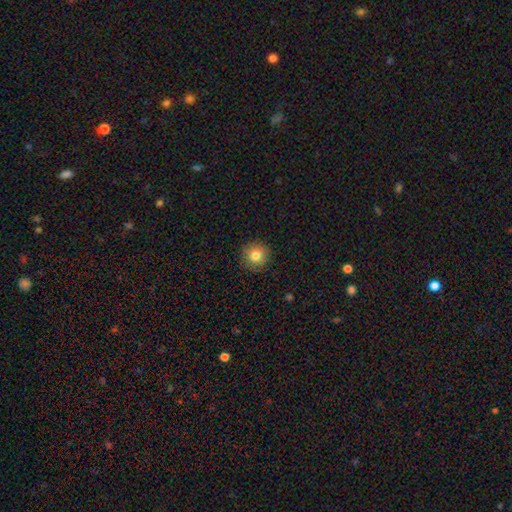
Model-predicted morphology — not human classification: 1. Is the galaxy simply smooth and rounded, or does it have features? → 80% smooth, 11% star or artifact, 9% featured or disk.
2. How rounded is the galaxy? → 94% round, 5% in between, 1% cigar-shaped.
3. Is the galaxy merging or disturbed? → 90% none, 7% minor disturbance, 2% major disturbance, 1% merger.